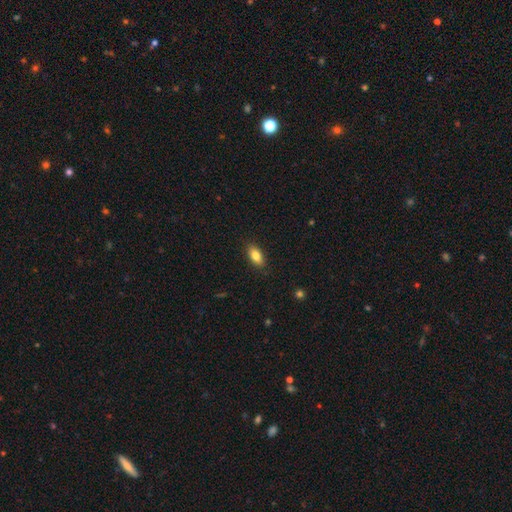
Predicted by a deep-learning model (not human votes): smooth-or-featured: smooth: 84% | featured or disk: 9% | star or artifact: 8%
  how-rounded: in between: 90% | cigar-shaped: 5% | round: 5%
  merging: none: 87% | minor disturbance: 10% | major disturbance: 2% | merger: 1%